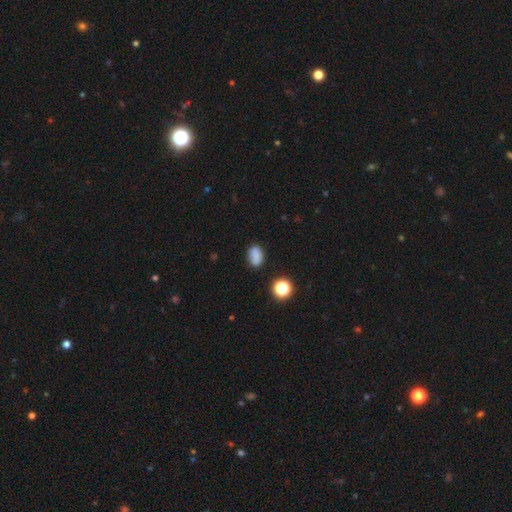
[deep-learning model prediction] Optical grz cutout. It shows a smooth galaxy with no disk features (80%) that is in between round and cigar-shaped (78%). Merging: none (77%).